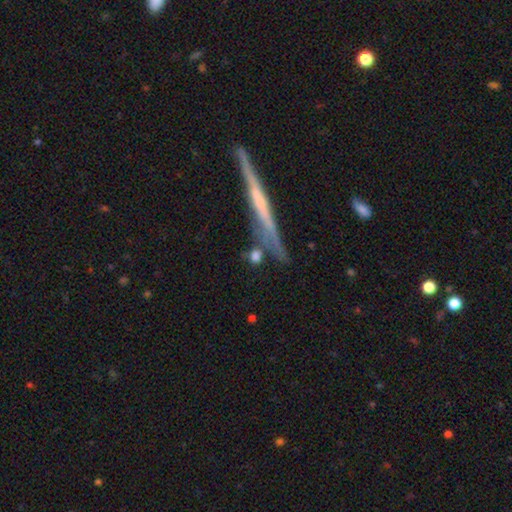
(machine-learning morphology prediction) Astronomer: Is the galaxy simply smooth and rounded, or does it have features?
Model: smooth — 74%.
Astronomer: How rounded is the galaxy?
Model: round — 66%.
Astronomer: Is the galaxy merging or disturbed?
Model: none — 68%.